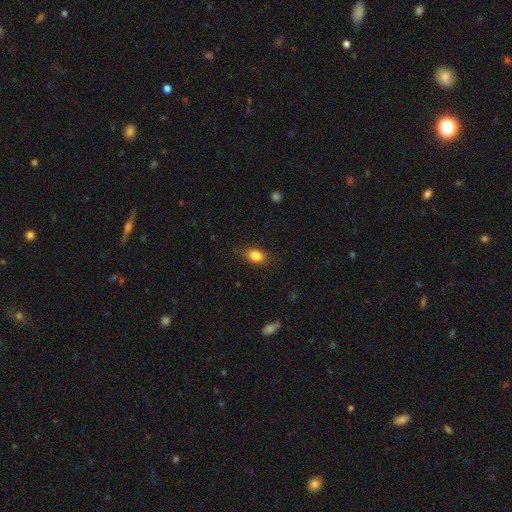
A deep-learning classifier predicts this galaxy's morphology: Smooth or featured?
  - smooth: 84% *
  - star or artifact: 9%
  - featured or disk: 7%
How rounded?
  - in between: 73% *
  - round: 25%
  - cigar-shaped: 2%
Merging?
  - none: 83% *
  - minor disturbance: 13%
  - major disturbance: 3%
  - merger: 1%